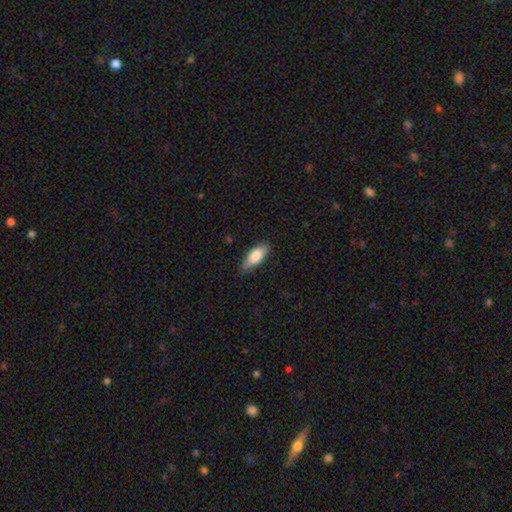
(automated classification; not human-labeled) Overall: smooth (74%). How rounded: in between (77%). Merging: none (79%).